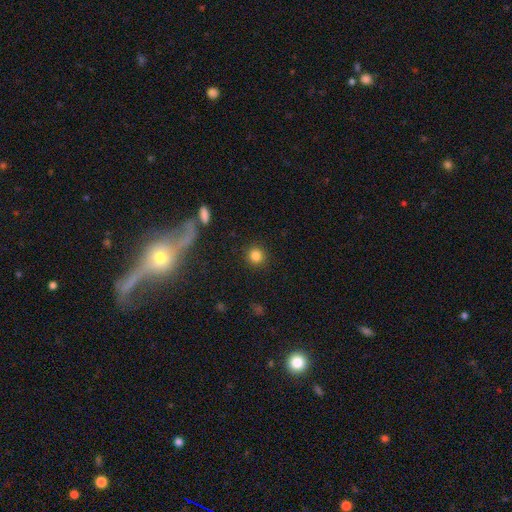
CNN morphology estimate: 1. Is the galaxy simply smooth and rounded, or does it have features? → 83% smooth, 12% star or artifact, 6% featured or disk.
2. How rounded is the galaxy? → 93% round, 6% in between, 1% cigar-shaped.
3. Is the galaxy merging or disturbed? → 91% none, 6% minor disturbance, 2% major disturbance, 1% merger.